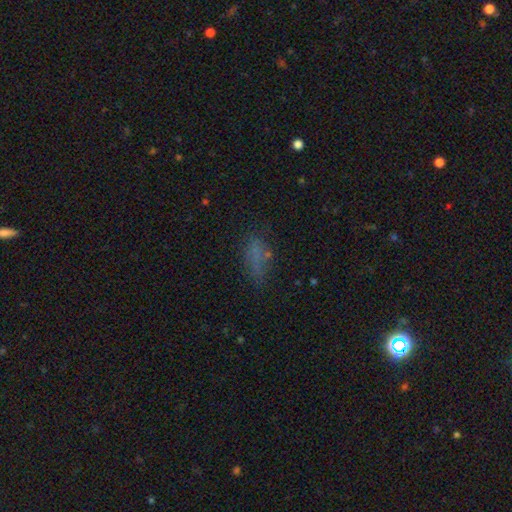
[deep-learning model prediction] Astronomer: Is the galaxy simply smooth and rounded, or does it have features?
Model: smooth — 61%.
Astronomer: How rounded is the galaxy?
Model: in between — 69%.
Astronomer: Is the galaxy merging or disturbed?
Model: none — 55%.